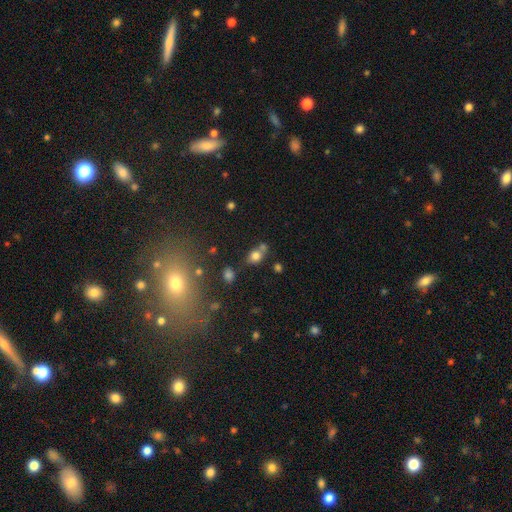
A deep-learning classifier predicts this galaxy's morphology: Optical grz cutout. It shows a smooth galaxy with no disk features (75%) that is in between round and cigar-shaped (56%). Merging: none (50%).